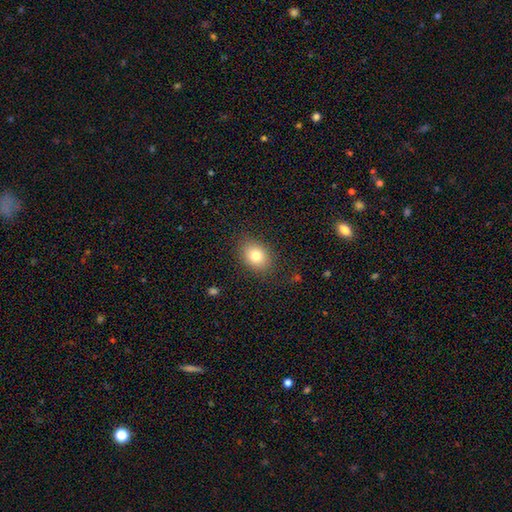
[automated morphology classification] Smooth or featured: smooth — 81% (featured or disk — 10%)
How rounded: in between — 67% (round — 32%)
Merging: none — 85% (minor disturbance — 11%)